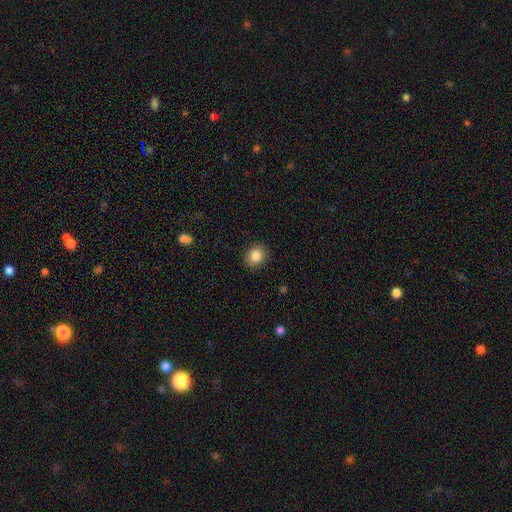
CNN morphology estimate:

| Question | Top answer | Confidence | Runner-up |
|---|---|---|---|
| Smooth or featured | smooth | 85% | star or artifact (9%) |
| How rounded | round | 63% | in between (36%) |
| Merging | none | 89% | minor disturbance (8%) |